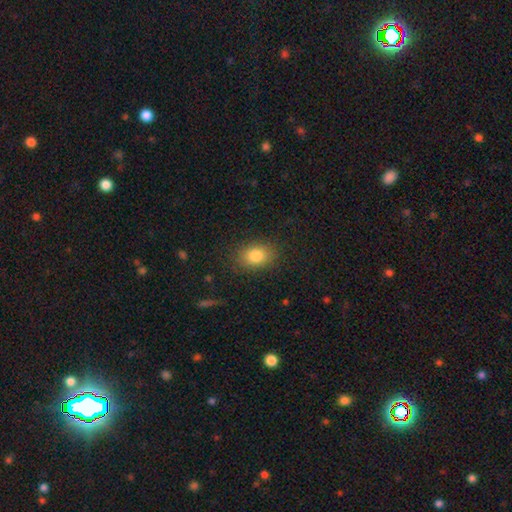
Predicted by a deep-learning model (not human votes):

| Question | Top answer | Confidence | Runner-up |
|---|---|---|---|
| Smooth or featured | smooth | 83% | star or artifact (10%) |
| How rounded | in between | 73% | round (26%) |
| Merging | none | 84% | minor disturbance (11%) |